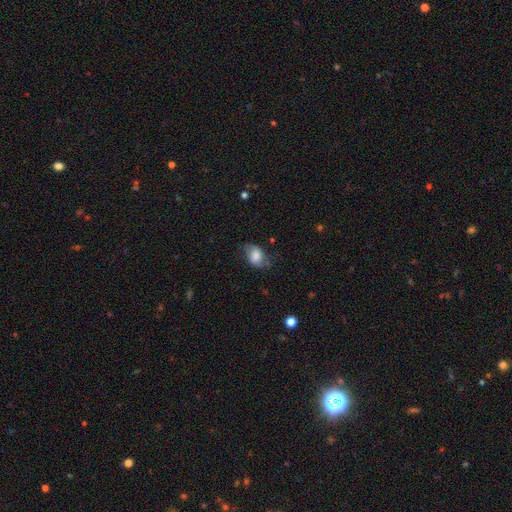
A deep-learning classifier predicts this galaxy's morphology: This appears to be a smooth galaxy with no disk features (75%) that is in between round and cigar-shaped (73%). Merging: none (55%).